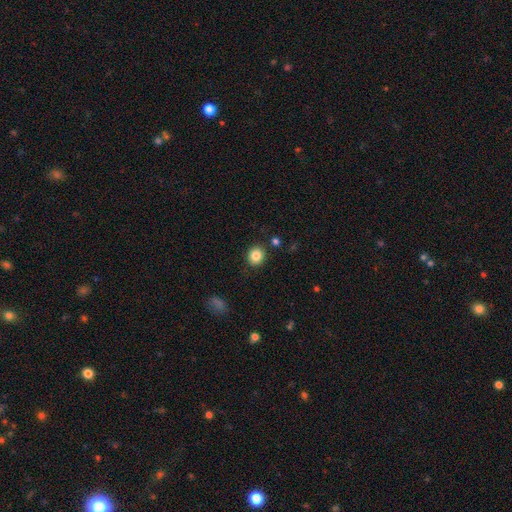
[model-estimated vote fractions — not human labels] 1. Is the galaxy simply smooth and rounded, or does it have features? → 85% smooth, 10% star or artifact, 5% featured or disk.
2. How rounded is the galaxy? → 79% round, 20% in between, 1% cigar-shaped.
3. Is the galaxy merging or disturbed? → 87% none, 8% minor disturbance, 3% merger, 2% major disturbance.